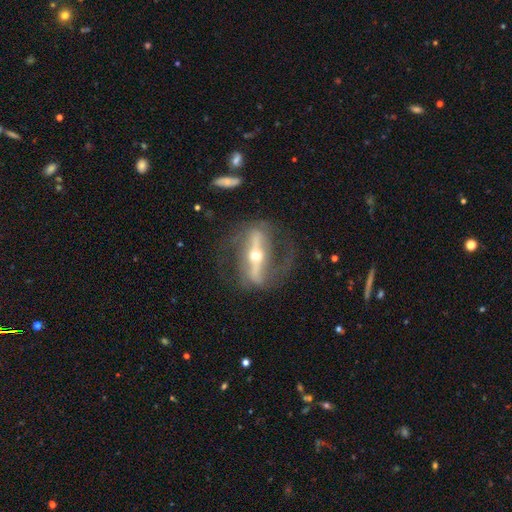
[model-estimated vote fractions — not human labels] Smooth or featured? featured or disk (86%)
Edge-on disk? no (71%)
Bar? strong (81%)
Spiral arms? yes (78%)
Bulge size? moderate (56%)
Merging? none (66%)